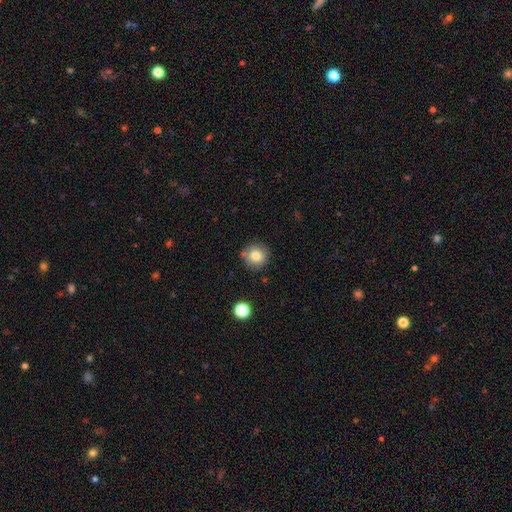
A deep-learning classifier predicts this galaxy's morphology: Smooth or featured: smooth — 80% (star or artifact — 10%)
How rounded: round — 92% (in between — 7%)
Merging: none — 81% (minor disturbance — 12%)